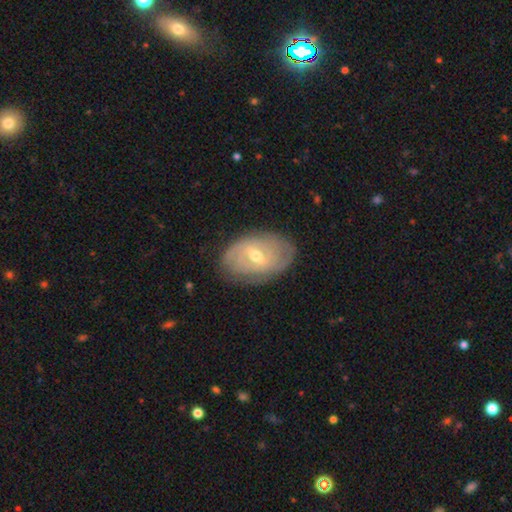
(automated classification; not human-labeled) Q: Smooth or featured?
A: featured or disk (72%); runner-up: smooth (21%)
Q: Edge-on disk?
A: no (94%); runner-up: yes (6%)
Q: Bar?
A: weak (55%); runner-up: no (23%)
Q: Spiral arms?
A: yes (79%); runner-up: no (21%)
Q: Spiral winding?
A: tight (62%); runner-up: medium (27%)
Q: Spiral arm count?
A: can't tell (47%); runner-up: 2 (32%)
Q: Bulge size?
A: moderate (55%); runner-up: small (42%)
Q: Merging?
A: none (77%); runner-up: minor disturbance (17%)